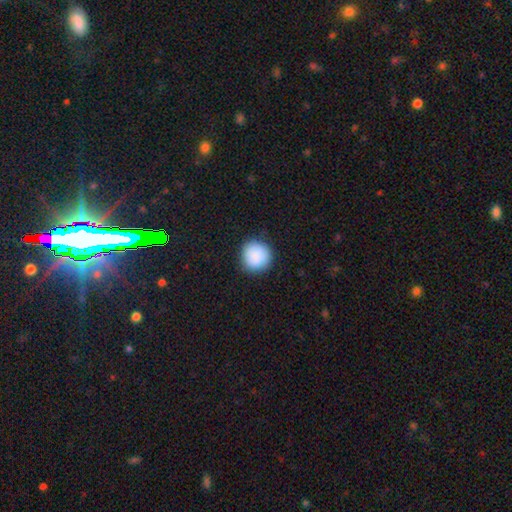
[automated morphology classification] Smooth or featured?
  - smooth: 89% *
  - star or artifact: 7%
  - featured or disk: 4%
How rounded?
  - round: 93% *
  - in between: 6%
  - cigar-shaped: 1%
Merging?
  - none: 87% *
  - minor disturbance: 9%
  - major disturbance: 2%
  - merger: 1%